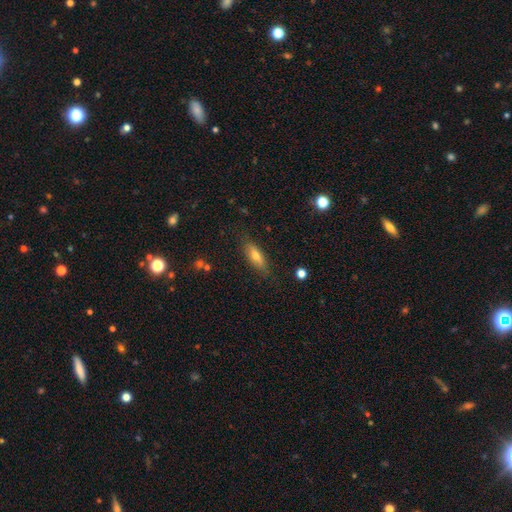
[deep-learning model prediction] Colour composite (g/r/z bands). It shows a smooth galaxy with no disk features (63%) that is in between round and cigar-shaped (55%). Merging: none (81%).